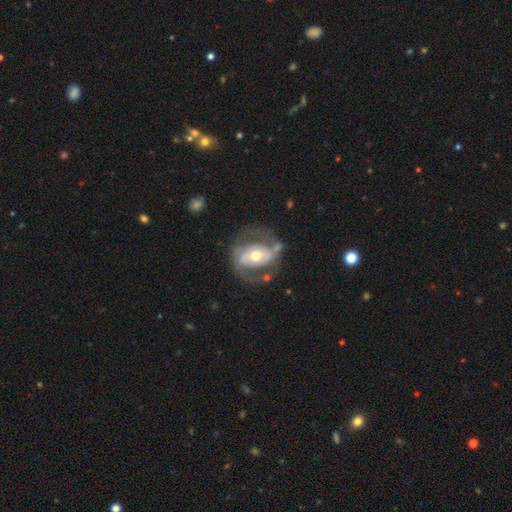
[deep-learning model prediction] A featured or disk galaxy (75%) with no bar (48%), spiral arms (68%) and a moderate central bulge (67%).

Vote fractions:
- Smooth or featured? featured or disk: 75% / smooth: 20% / star or artifact: 5%
- Edge-on disk? no: 96% / yes: 4%
- Bar? no: 48% / weak: 28% / strong: 25%
- Spiral arms? yes: 68% / no: 32%
- Bulge size? moderate: 67% / small: 24% / large: 7% / dominant: 1% / none: 1%
- Merging? none: 60% / minor disturbance: 19% / major disturbance: 18% / merger: 3%